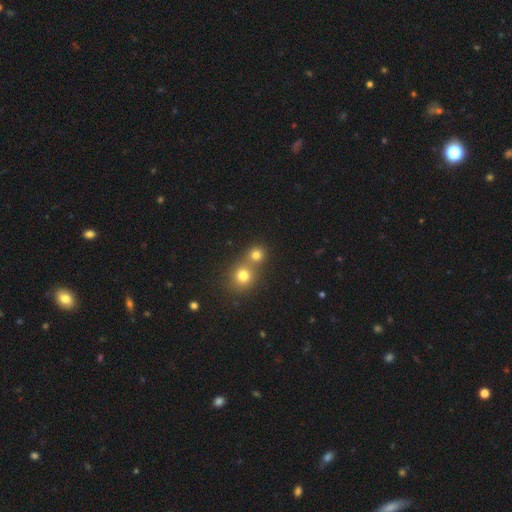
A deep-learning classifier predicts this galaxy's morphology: This appears to be a smooth galaxy with no disk features (71%) that is round (86%). Merging: none (47%).